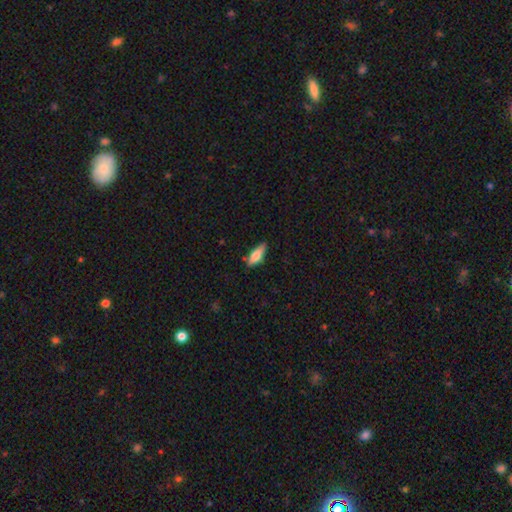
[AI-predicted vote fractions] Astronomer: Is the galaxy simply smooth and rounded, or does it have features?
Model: smooth — 63%.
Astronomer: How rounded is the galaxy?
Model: in between — 56% (runner-up: cigar-shaped, 41%).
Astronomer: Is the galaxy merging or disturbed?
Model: none — 77%.